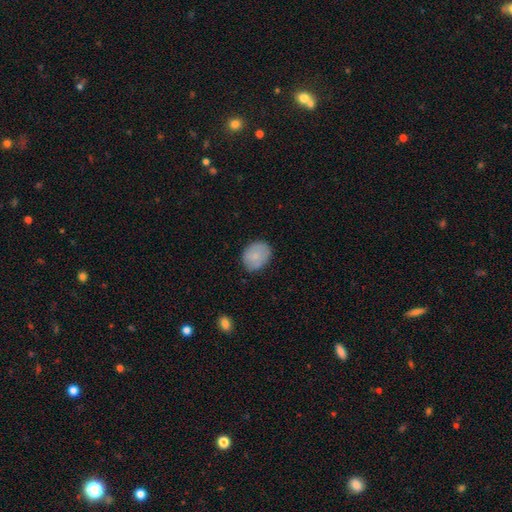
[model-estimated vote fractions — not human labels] A smooth galaxy with no disk features (80%) that is in between round and cigar-shaped (50%). Merging: none (77%).